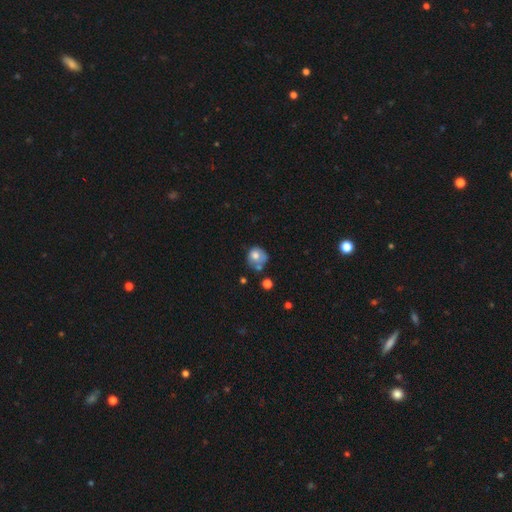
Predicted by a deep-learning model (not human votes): smooth 66%, featured or disk 25%, star or artifact 9%. Down the decision tree: how rounded — round (75%); merging — none (39%).